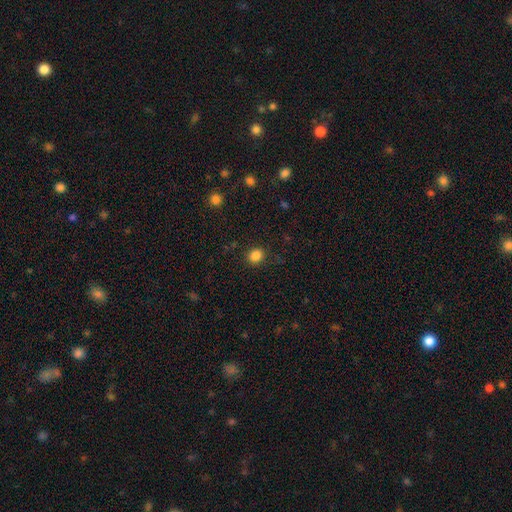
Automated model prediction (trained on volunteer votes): Smooth or featured? smooth (85%)
How rounded? round (72%)
Merging? none (87%)